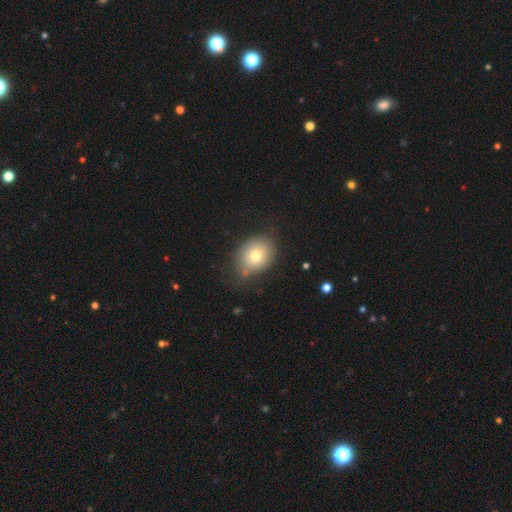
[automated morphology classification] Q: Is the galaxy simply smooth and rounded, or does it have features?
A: smooth — 73%.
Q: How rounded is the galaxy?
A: in between — 51%.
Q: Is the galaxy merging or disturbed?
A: none — 69%.